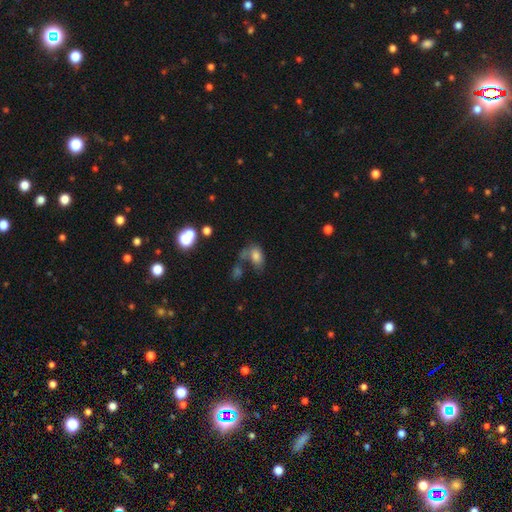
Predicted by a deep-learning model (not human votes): smooth-or-featured: smooth: 71% | featured or disk: 16% | star or artifact: 13%
  how-rounded: in between: 85% | round: 13% | cigar-shaped: 2%
  merging: merger: 32% | none: 30% | major disturbance: 22% | minor disturbance: 16%